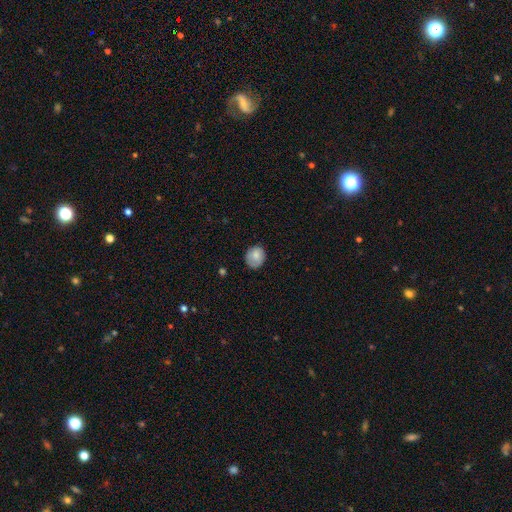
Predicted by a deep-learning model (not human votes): Q: Smooth or featured?
A: smooth (77%); runner-up: featured or disk (15%)
Q: How rounded?
A: round (66%); runner-up: in between (33%)
Q: Merging?
A: none (70%); runner-up: minor disturbance (23%)